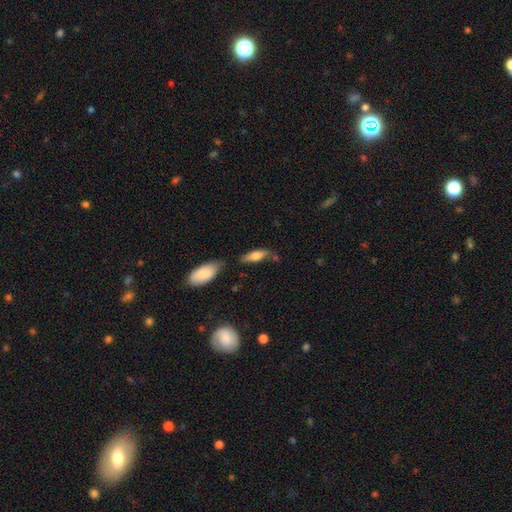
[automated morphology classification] type=smooth (66%); roundness=in between (56%); merging=none (59%).